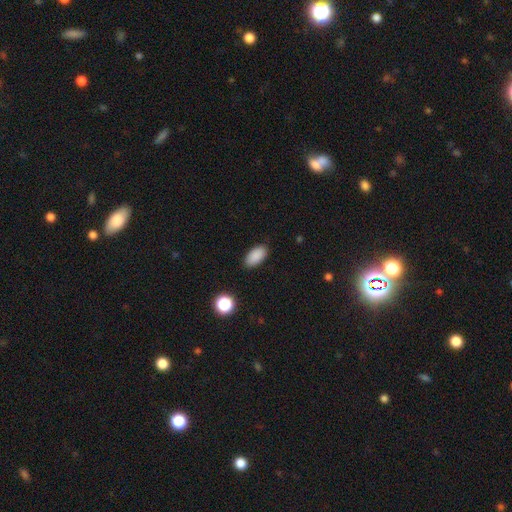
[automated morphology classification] Smooth or featured: smooth — 88% (star or artifact — 9%)
How rounded: in between — 93% (round — 4%)
Merging: none — 88% (minor disturbance — 9%)